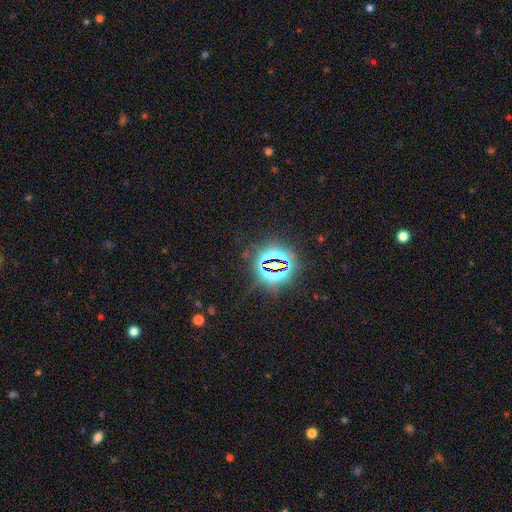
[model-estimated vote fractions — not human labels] Overall: star or artifact (83%).